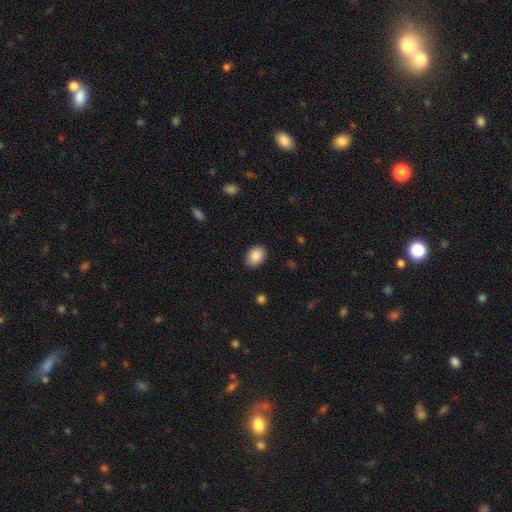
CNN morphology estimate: The model was most divided on "how rounded": in between: 74%, round: 25%, cigar-shaped: 1%. More confident: smooth or featured — smooth (89%); merging — none (85%).